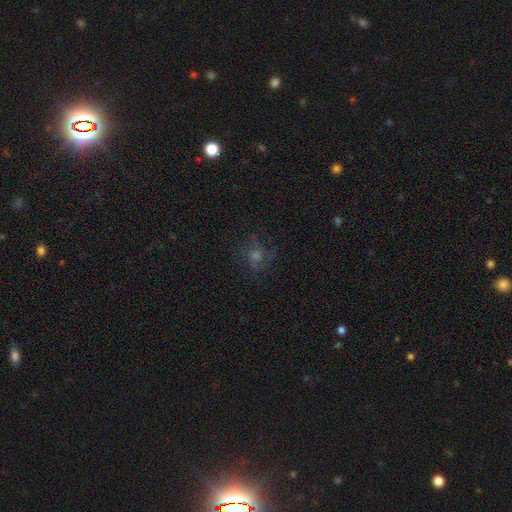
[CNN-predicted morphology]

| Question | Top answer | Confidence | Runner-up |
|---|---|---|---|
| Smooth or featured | featured or disk | 54% | star or artifact (25%) |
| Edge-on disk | no | 96% | yes (4%) |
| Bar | no | 70% | weak (26%) |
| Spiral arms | yes | 88% | no (12%) |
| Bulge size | moderate | 48% | small (29%) |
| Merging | none | 74% | minor disturbance (14%) |